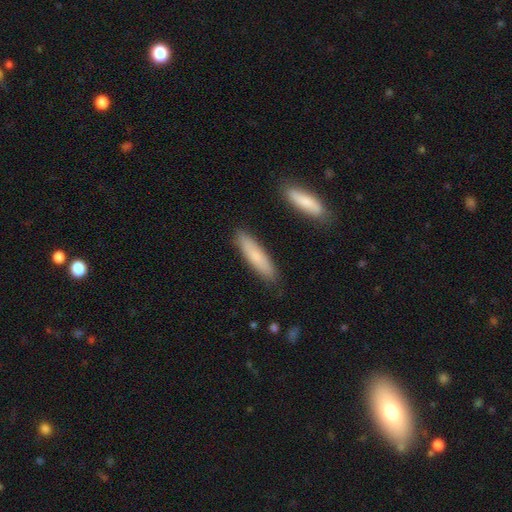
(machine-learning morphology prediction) Smooth or featured? Predicted: smooth (p=0.78). How rounded? Predicted: cigar-shaped (p=0.77). Merging? Predicted: none (p=0.85).